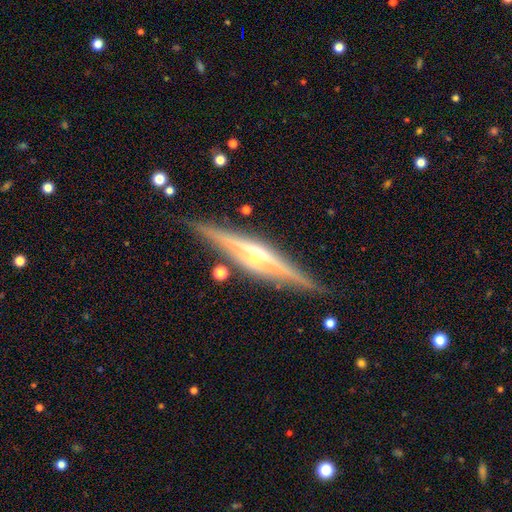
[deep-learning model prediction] Smooth or featured: featured or disk — 83% (smooth — 11%)
Edge-on disk: yes — 97% (no — 3%)
Edge-on bulge: rounded — 83% (boxy — 11%)
Merging: none — 87% (minor disturbance — 9%)